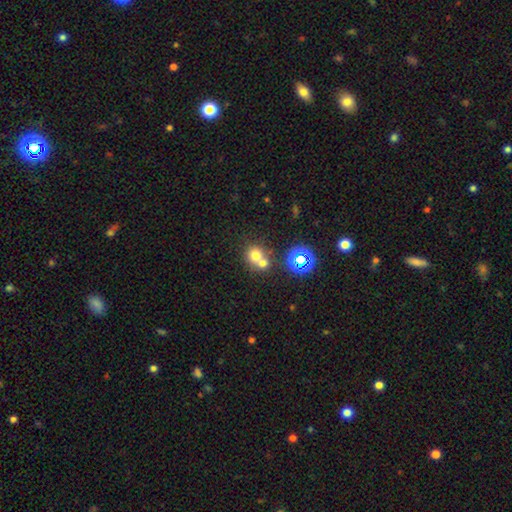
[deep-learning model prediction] Smooth or featured? smooth (68%)
How rounded? round (80%)
Merging? merger (55%)